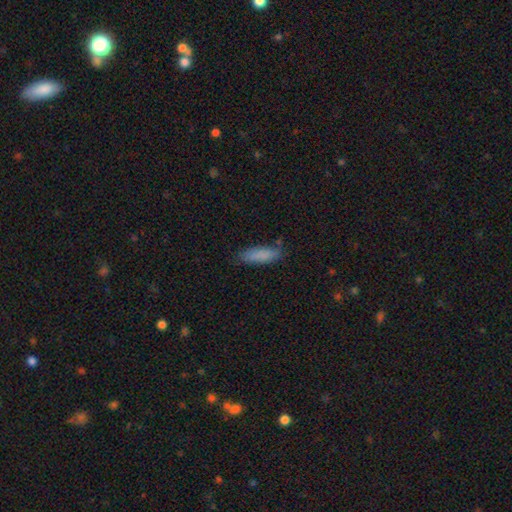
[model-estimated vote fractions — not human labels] The model was most divided on "how rounded": cigar-shaped: 67%, in between: 32%, round: 2%. More confident: smooth or featured — smooth (83%); merging — none (80%).